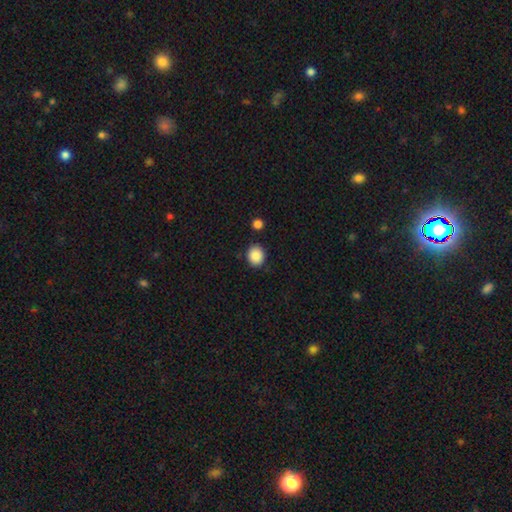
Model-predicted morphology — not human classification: smooth_or_featured: smooth (p=0.88) [alt: star or artifact p=0.08]
how_rounded: round (p=0.71) [alt: in between p=0.28]
merging: none (p=0.86) [alt: minor disturbance p=0.09]